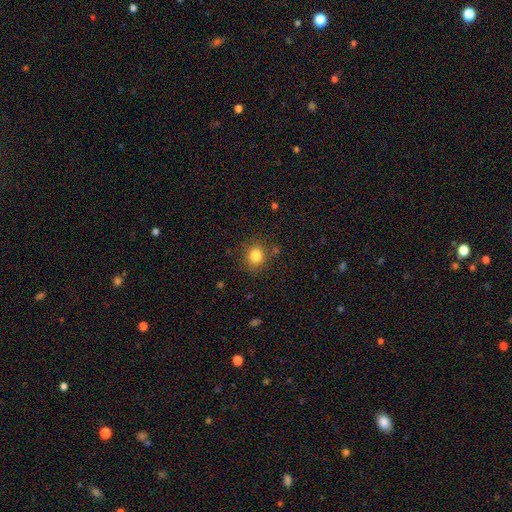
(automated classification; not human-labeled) This is clearly a smooth galaxy (82%). How rounded: likely round (66%). Merging: clearly none (81%).